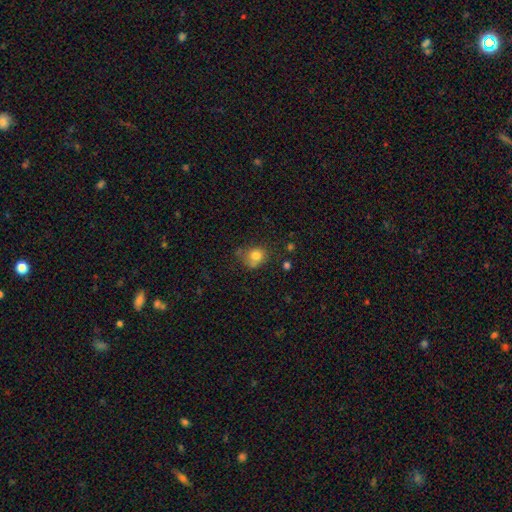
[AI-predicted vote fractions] This is likely a smooth galaxy (78%). How rounded: likely round (71%). Merging: possibly none (54%).